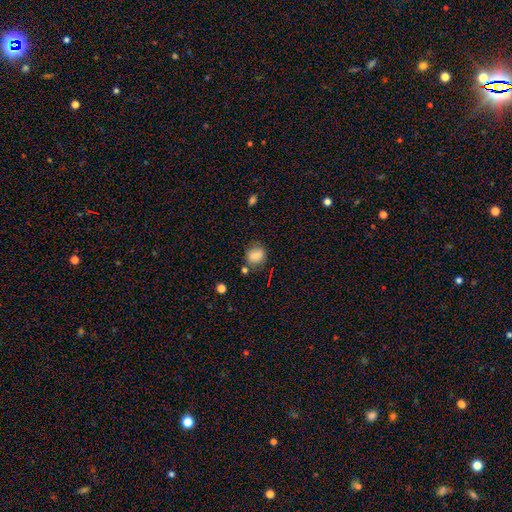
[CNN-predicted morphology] A smooth galaxy with no disk features (82%) that is round (70%).

Vote fractions:
- Smooth or featured? smooth: 82% / star or artifact: 10% / featured or disk: 8%
- How rounded? round: 70% / in between: 29% / cigar-shaped: 1%
- Merging? none: 73% / minor disturbance: 16% / merger: 6% / major disturbance: 5%